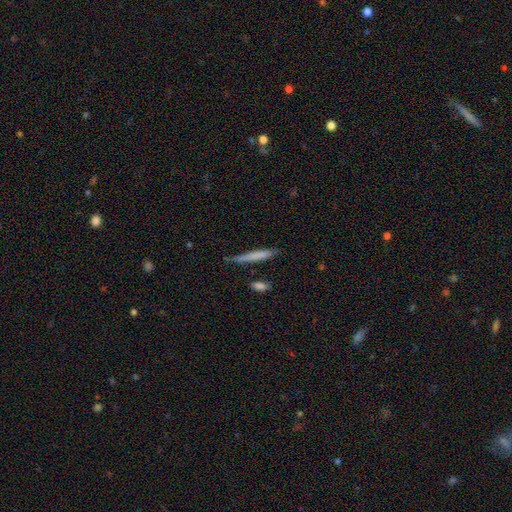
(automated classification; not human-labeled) Q: Smooth or featured?
A: smooth (70%); runner-up: featured or disk (24%)
Q: How rounded?
A: cigar-shaped (94%); runner-up: in between (4%)
Q: Merging?
A: none (75%); runner-up: minor disturbance (17%)